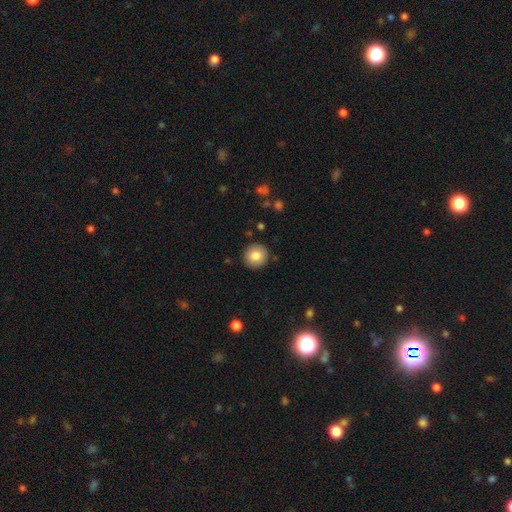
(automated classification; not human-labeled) This appears to be a smooth galaxy with no disk features (83%) that is round (94%). Merging: none (91%).